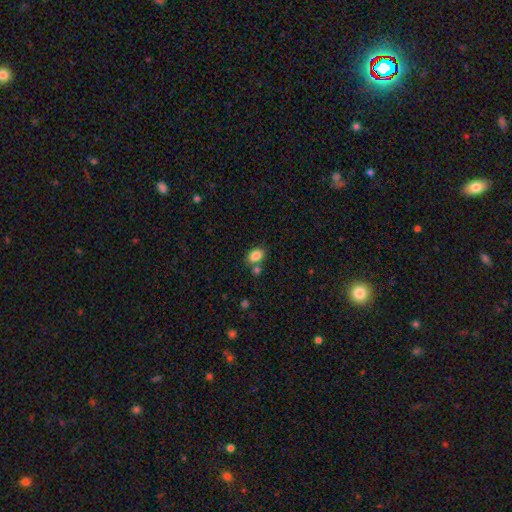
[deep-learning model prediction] Smooth or featured? smooth (85%)
How rounded? in between (79%)
Merging? none (66%)